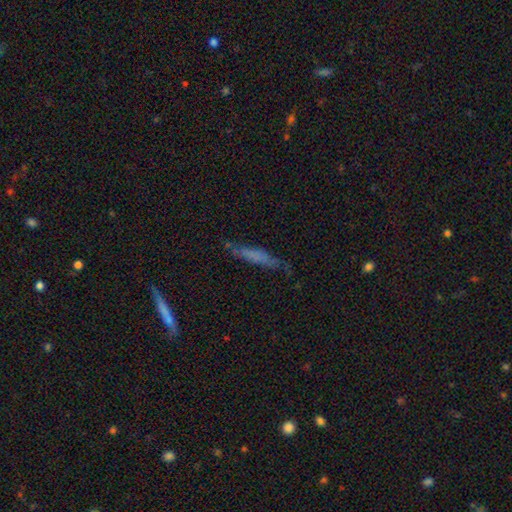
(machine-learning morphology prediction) smooth-or-featured: smooth: 57% | featured or disk: 34% | star or artifact: 9%
  how-rounded: cigar-shaped: 89% | in between: 10% | round: 2%
  merging: none: 67% | minor disturbance: 23% | major disturbance: 7% | merger: 3%